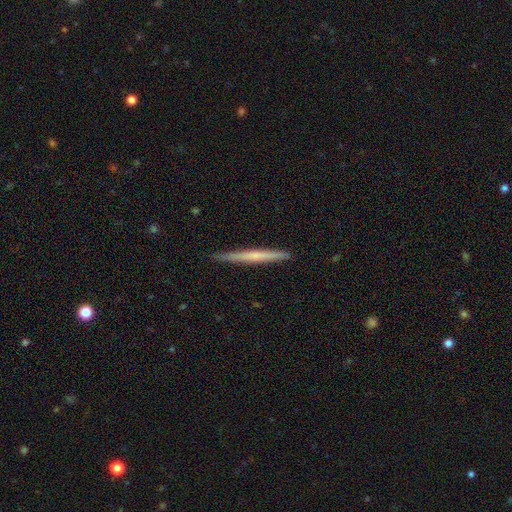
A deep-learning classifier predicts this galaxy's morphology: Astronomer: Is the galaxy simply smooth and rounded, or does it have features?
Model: featured or disk — 48% (runner-up: smooth, 46%).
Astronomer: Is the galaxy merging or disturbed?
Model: none — 90%.